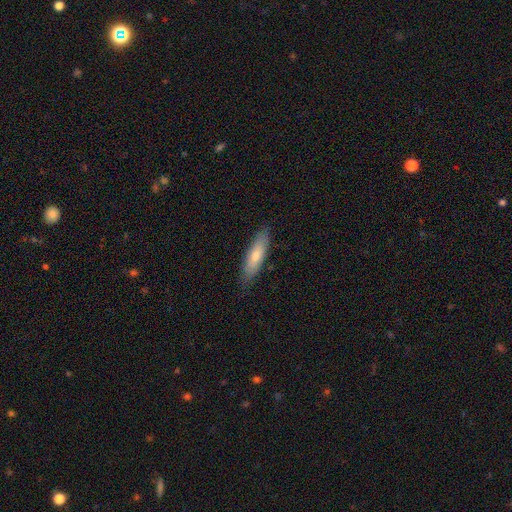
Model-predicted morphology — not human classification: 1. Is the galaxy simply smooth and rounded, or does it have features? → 73% smooth, 21% featured or disk, 5% star or artifact.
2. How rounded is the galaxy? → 62% cigar-shaped, 36% in between, 2% round.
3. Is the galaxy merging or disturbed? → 82% none, 14% minor disturbance, 3% major disturbance, 1% merger.